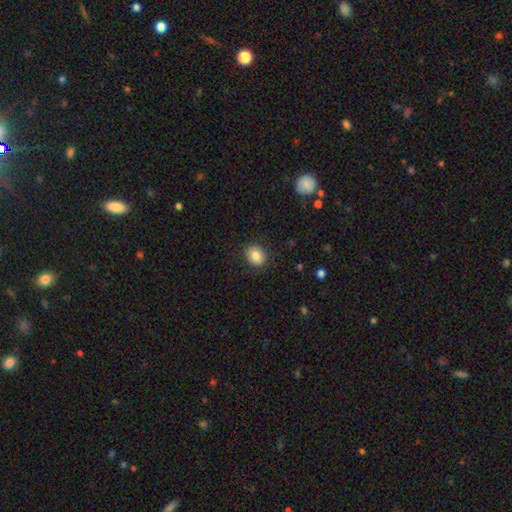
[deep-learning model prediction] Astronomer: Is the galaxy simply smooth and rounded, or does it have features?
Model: smooth — 83%.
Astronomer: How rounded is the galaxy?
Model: round — 58% (runner-up: in between, 41%).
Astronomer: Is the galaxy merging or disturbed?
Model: none — 89%.